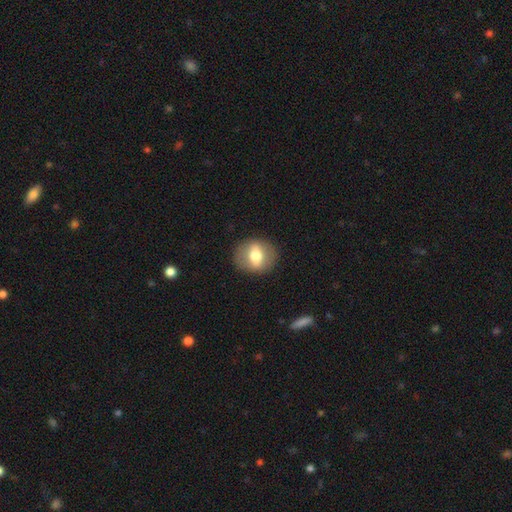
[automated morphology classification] This is possibly a smooth galaxy (56%). How rounded: possibly round (58%). Merging: clearly none (87%).